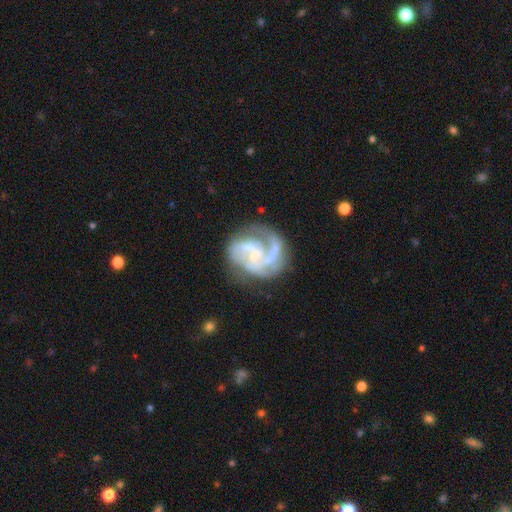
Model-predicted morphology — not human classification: Smooth or featured? Predicted: featured or disk (p=0.85). Edge-on disk? Predicted: no (p=0.98). Bar? Predicted: no (p=0.52). Spiral arms? Predicted: yes (p=0.93). Spiral winding? Predicted: medium (p=0.45). Spiral arm count? Predicted: 3 (p=0.33). Bulge size? Predicted: small (p=0.51). Merging? Predicted: none (p=0.52).